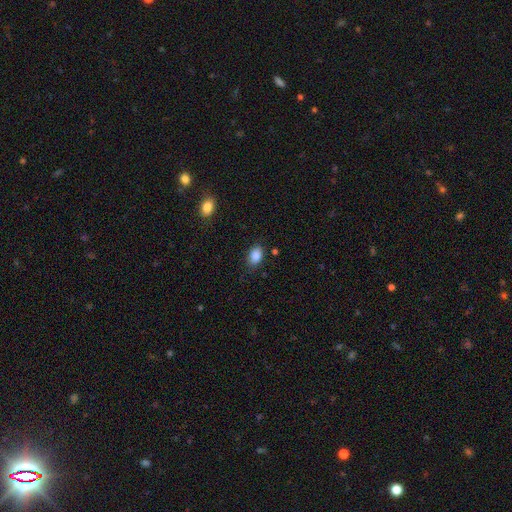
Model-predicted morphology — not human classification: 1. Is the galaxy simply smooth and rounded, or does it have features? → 87% smooth, 9% star or artifact, 4% featured or disk.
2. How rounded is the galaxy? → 84% in between, 15% round, 1% cigar-shaped.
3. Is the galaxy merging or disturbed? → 82% none, 13% minor disturbance, 3% major disturbance, 2% merger.